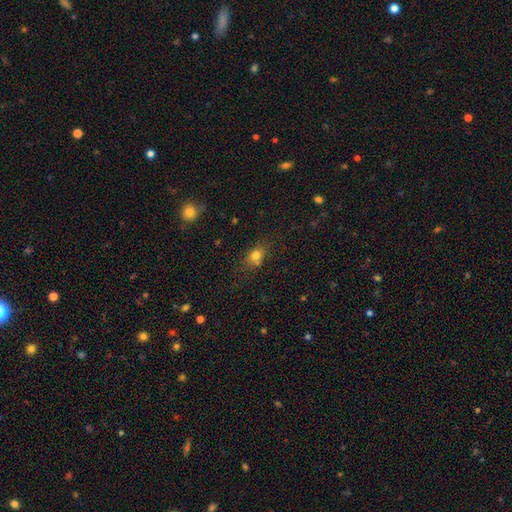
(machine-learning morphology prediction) The model was most divided on "how rounded": in between: 56%, round: 41%, cigar-shaped: 3%. More confident: smooth or featured — smooth (75%); merging — none (68%).